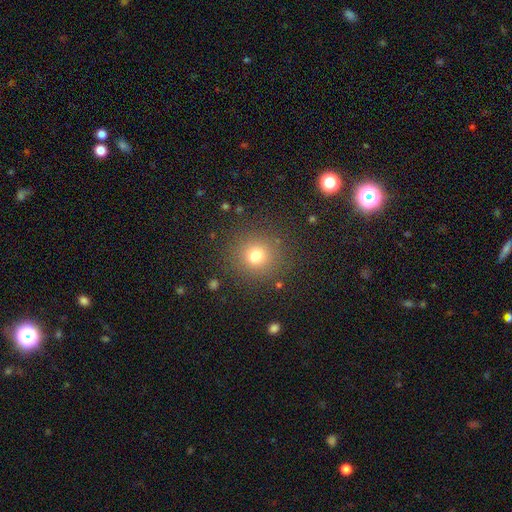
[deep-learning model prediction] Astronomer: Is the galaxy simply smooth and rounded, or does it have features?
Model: smooth — 76%.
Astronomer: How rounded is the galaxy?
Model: round — 90%.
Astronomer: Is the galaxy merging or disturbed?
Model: none — 86%.